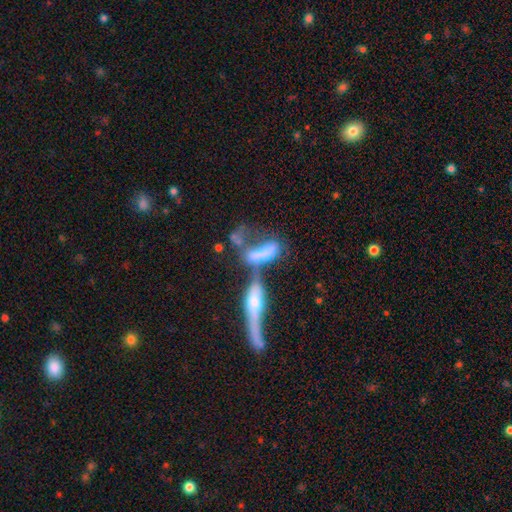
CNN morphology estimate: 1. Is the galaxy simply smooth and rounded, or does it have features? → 50% smooth, 38% featured or disk, 11% star or artifact.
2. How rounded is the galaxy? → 48% cigar-shaped (tied), 48% in between (tied), 4% round.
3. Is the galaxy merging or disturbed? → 67% merger, 14% major disturbance, 12% none, 7% minor disturbance.